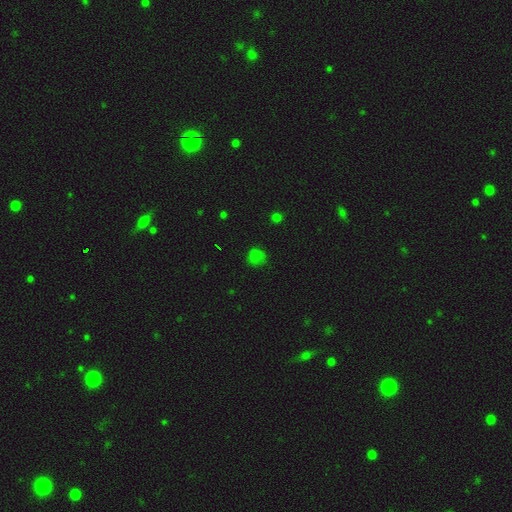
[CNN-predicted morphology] smooth-or-featured: smooth: 67% | star or artifact: 26% | featured or disk: 6%
  how-rounded: round: 81% | in between: 18% | cigar-shaped: 1%
  merging: none: 72% | minor disturbance: 19% | major disturbance: 7% | merger: 2%